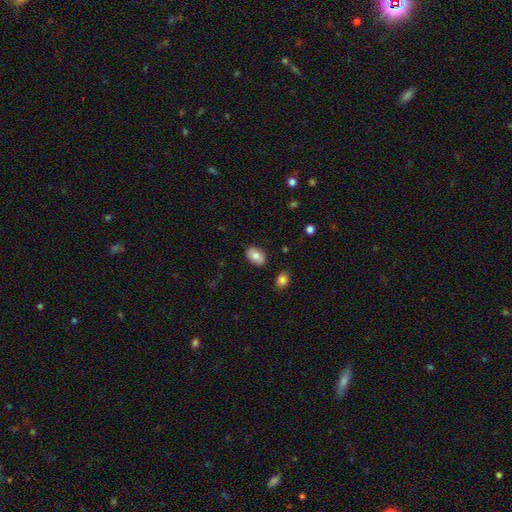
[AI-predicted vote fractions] The model was most divided on "smooth or featured": smooth: 79%, featured or disk: 14%, star or artifact: 7%. More confident: merging — none (87%); how rounded — in between (86%).